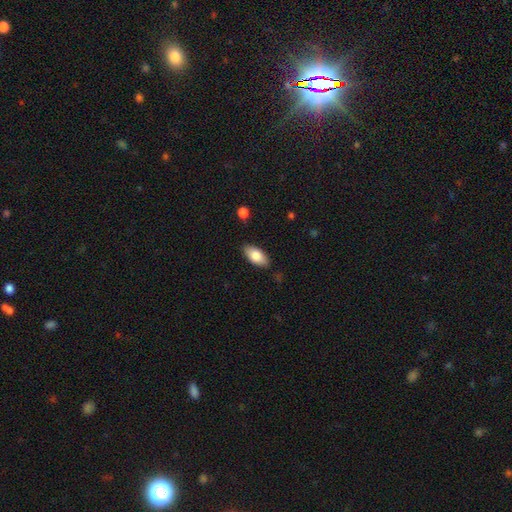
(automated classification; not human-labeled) This is clearly a smooth galaxy (81%). How rounded: clearly in between (92%). Merging: clearly none (85%).